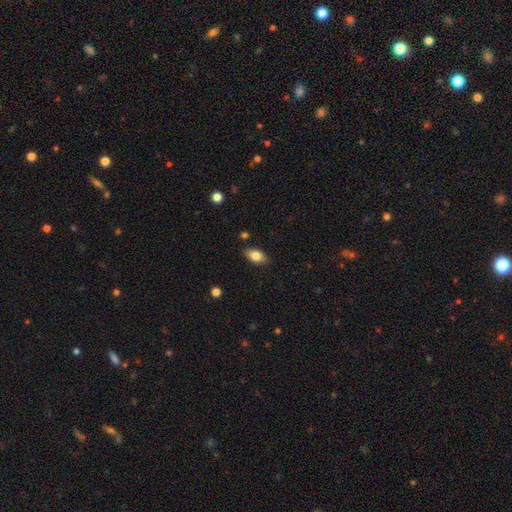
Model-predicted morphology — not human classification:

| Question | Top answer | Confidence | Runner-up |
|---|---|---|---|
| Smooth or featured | smooth | 83% | featured or disk (10%) |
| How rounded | in between | 91% | round (6%) |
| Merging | none | 86% | minor disturbance (11%) |